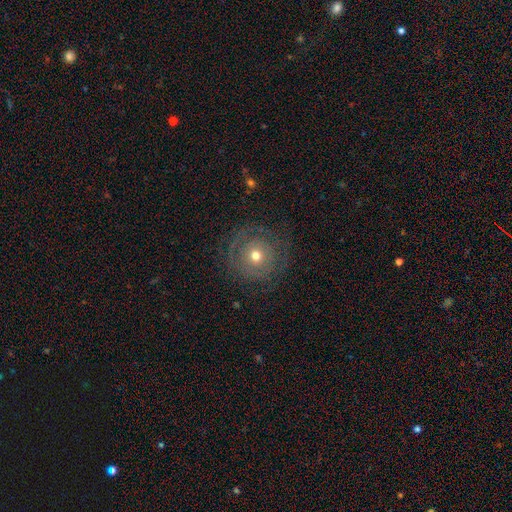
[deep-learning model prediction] smooth 45%, featured or disk 44%, star or artifact 12%. Down the decision tree: merging — none (77%).